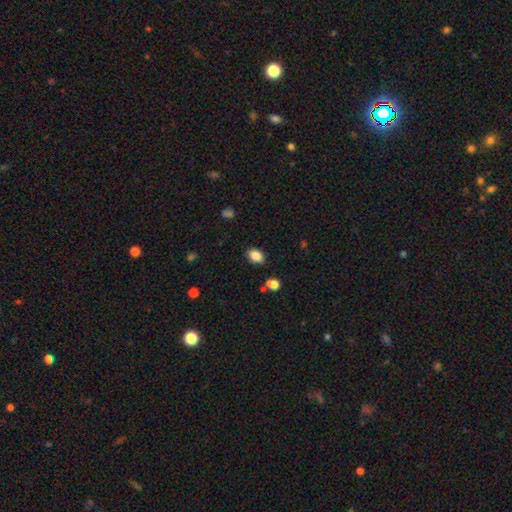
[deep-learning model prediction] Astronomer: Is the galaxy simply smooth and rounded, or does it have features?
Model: smooth — 86%.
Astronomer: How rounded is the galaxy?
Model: in between — 79%.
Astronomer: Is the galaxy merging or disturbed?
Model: none — 85%.